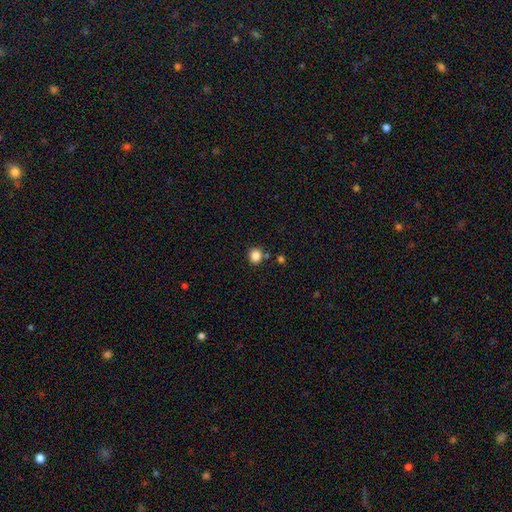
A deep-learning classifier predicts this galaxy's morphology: A smooth galaxy with no disk features (85%) that is round (85%).

Vote fractions:
- Smooth or featured? smooth: 85% / star or artifact: 11% / featured or disk: 4%
- How rounded? round: 85% / in between: 14% / cigar-shaped: 1%
- Merging? none: 82% / minor disturbance: 9% / merger: 7% / major disturbance: 2%